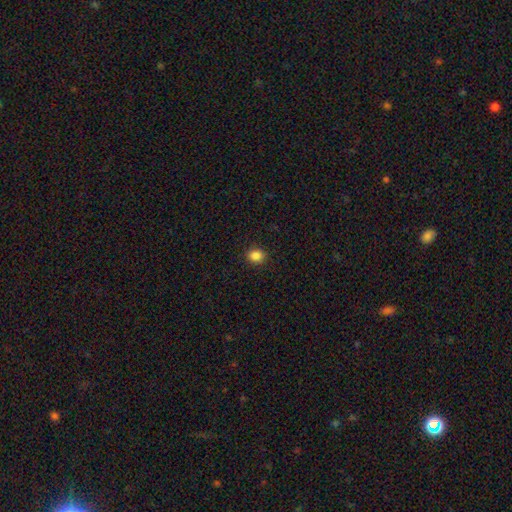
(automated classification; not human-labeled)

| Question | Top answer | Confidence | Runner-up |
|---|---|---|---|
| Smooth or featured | smooth | 86% | star or artifact (11%) |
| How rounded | round | 61% | in between (38%) |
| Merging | none | 91% | minor disturbance (6%) |